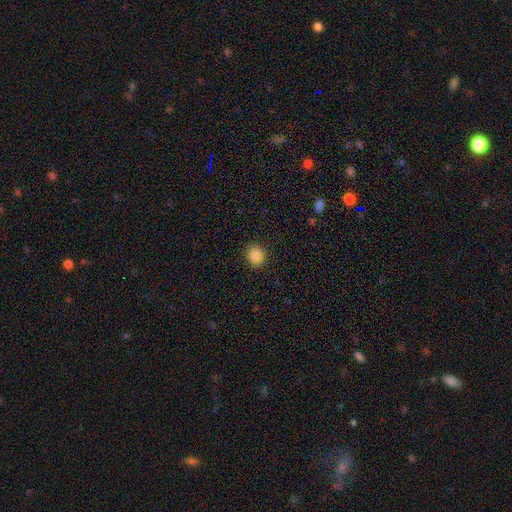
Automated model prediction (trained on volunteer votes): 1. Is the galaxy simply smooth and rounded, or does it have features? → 87% smooth, 10% star or artifact, 3% featured or disk.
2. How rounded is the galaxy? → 83% round, 16% in between, 1% cigar-shaped.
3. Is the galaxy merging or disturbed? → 89% none, 7% minor disturbance, 2% major disturbance, 1% merger.